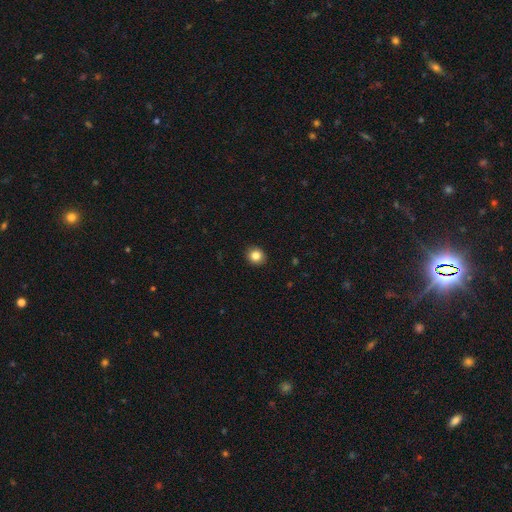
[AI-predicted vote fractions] Smooth or featured: smooth — 85% (star or artifact — 10%)
How rounded: round — 87% (in between — 12%)
Merging: none — 92% (minor disturbance — 5%)